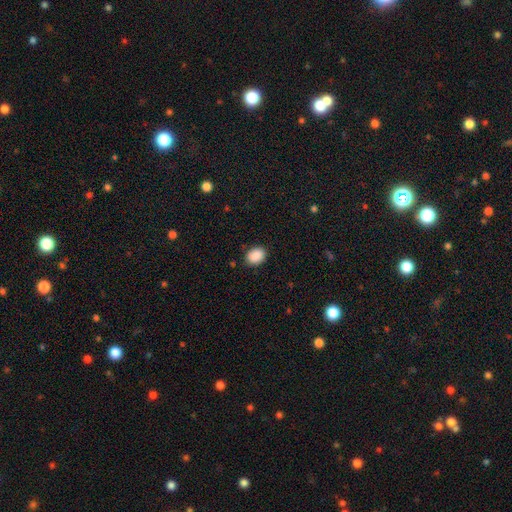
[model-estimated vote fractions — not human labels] Smooth or featured? Predicted: smooth (p=0.90). How rounded? Predicted: in between (p=0.66). Merging? Predicted: none (p=0.86).